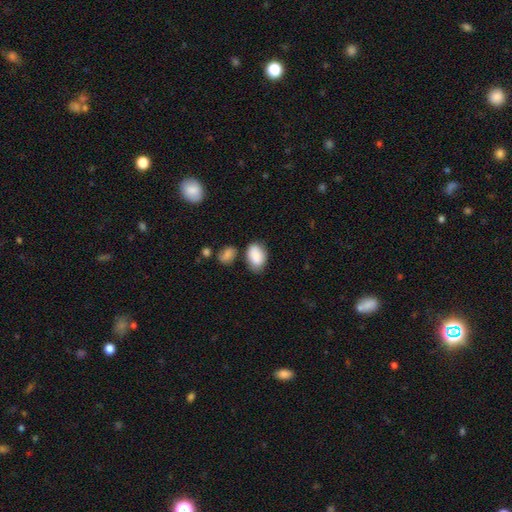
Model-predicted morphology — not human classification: A smooth galaxy with no disk features (87%) that is in between round and cigar-shaped (89%).

Vote fractions:
- Smooth or featured? smooth: 87% / star or artifact: 7% / featured or disk: 6%
- How rounded? in between: 89% / round: 10% / cigar-shaped: 1%
- Merging? none: 60% / minor disturbance: 25% / merger: 9% / major disturbance: 6%